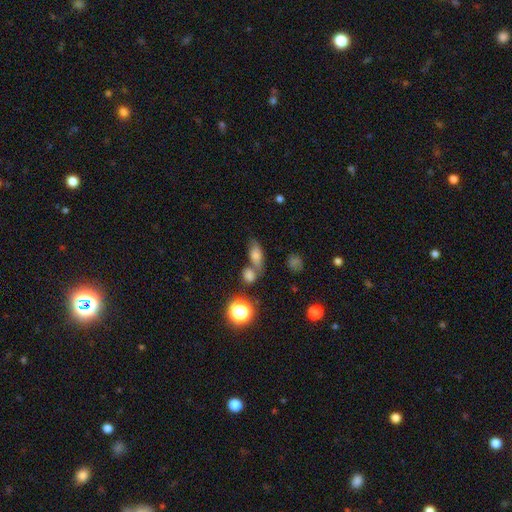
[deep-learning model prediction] A smooth galaxy with no disk features (71%) that is in between round and cigar-shaped (73%). Merging: none (47%).